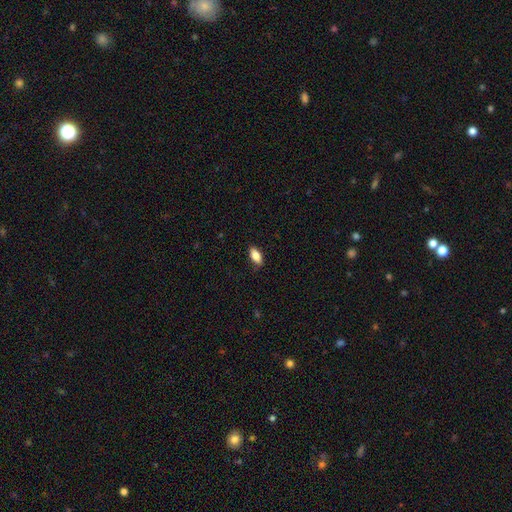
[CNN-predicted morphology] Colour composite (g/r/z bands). It shows a smooth galaxy with no disk features (82%) that is in between round and cigar-shaped (87%). Merging: none (86%).